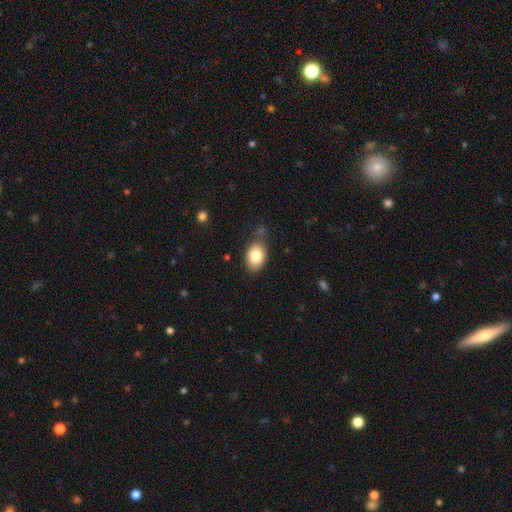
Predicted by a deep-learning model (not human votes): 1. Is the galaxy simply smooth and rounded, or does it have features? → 82% smooth, 10% featured or disk, 8% star or artifact.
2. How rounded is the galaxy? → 79% in between, 20% round, 1% cigar-shaped.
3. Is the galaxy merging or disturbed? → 73% none, 18% minor disturbance, 5% major disturbance, 4% merger.